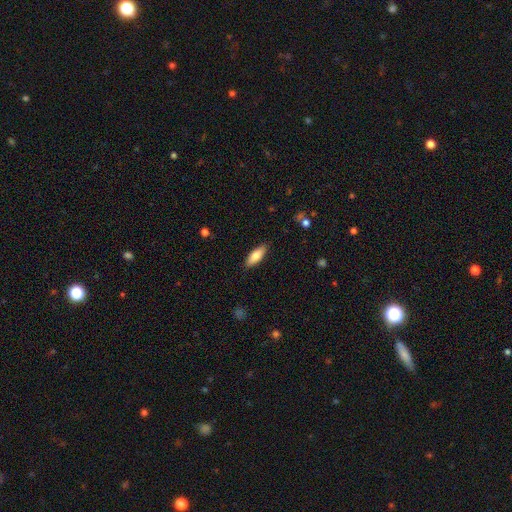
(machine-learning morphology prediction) type=smooth (76%); roundness=in between (64%); merging=none (88%).